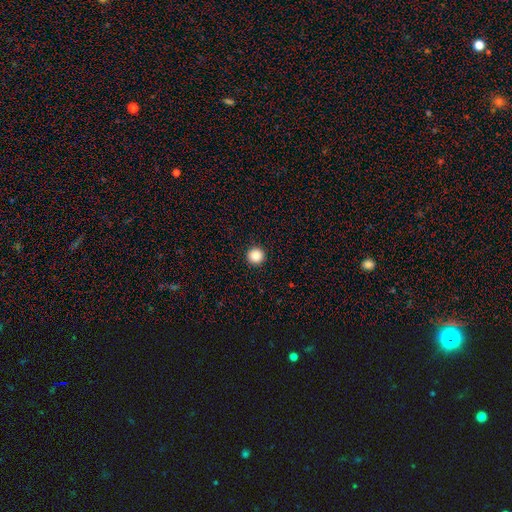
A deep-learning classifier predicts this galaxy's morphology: type=smooth (88%); roundness=round (96%); merging=none (94%).